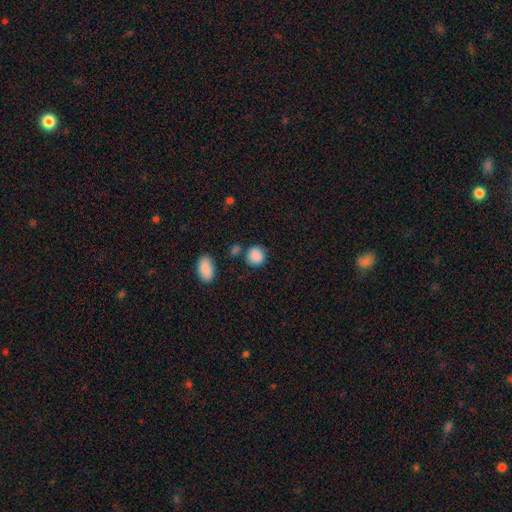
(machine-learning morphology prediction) Q: Smooth or featured?
A: smooth (88%); runner-up: star or artifact (9%)
Q: How rounded?
A: round (83%); runner-up: in between (15%)
Q: Merging?
A: none (78%); runner-up: minor disturbance (11%)